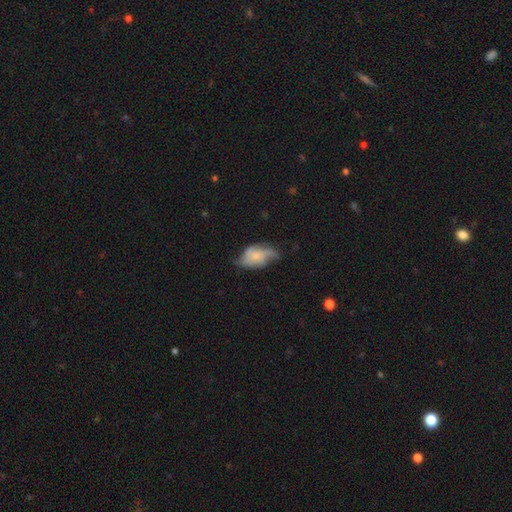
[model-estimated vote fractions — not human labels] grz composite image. It shows a featured or disk galaxy (58%) with no bar (75%), spiral arms (85%) and a small central bulge (48%). Merging: none (46%).